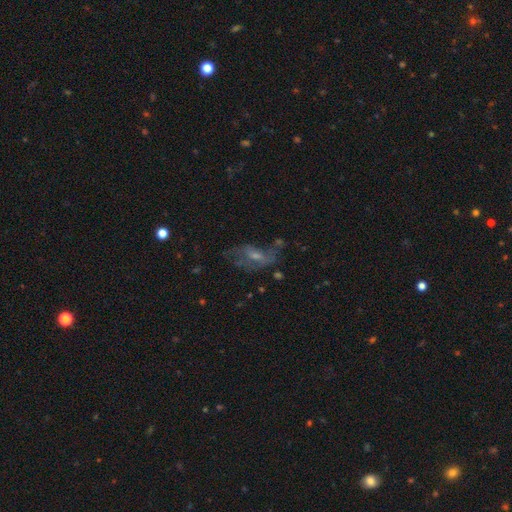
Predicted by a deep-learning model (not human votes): The model was most divided on "spiral arms": yes: 54%, no: 46%. Remaining: edge-on disk — no (92%); smooth or featured — featured or disk (56%); bar — no (54%); bulge size — small (46%); merging — none (43%).